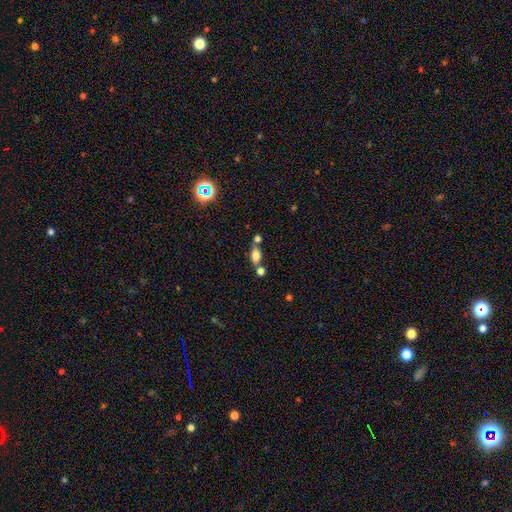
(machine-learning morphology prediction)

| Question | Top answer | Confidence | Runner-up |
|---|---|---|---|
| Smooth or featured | smooth | 73% | featured or disk (15%) |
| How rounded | in between | 75% | round (16%) |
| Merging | none | 53% | merger (29%) |